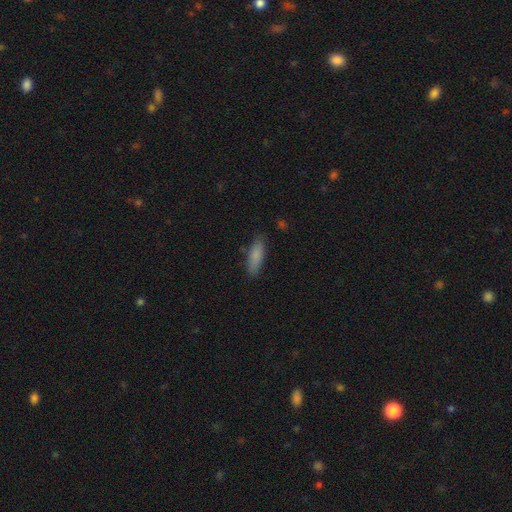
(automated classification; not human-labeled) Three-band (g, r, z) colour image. It shows a smooth galaxy with no disk features (85%) that is in between round and cigar-shaped (60%). Merging: none (81%).